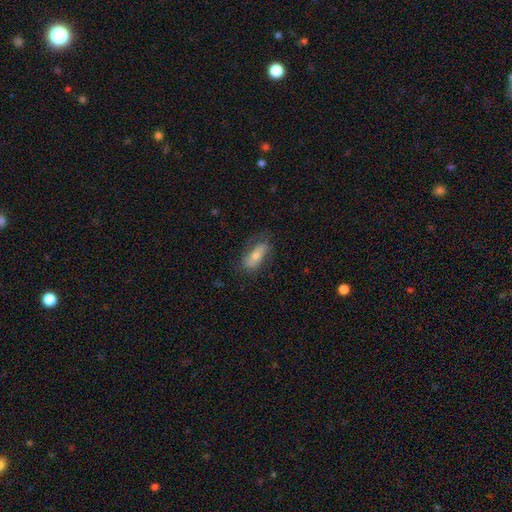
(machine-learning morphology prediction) Q: Smooth or featured?
A: featured or disk (47%); runner-up: smooth (44%)
Q: Merging?
A: none (70%); runner-up: minor disturbance (20%)